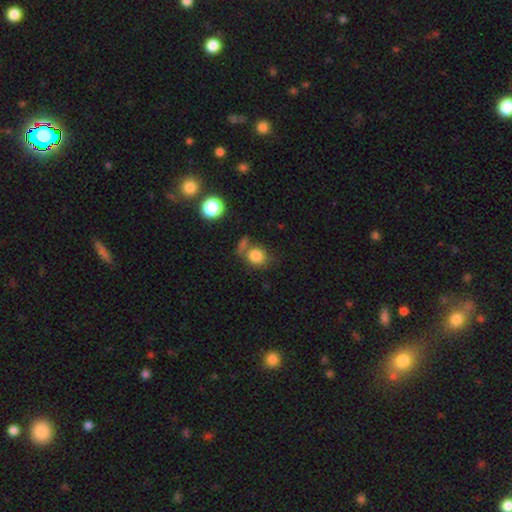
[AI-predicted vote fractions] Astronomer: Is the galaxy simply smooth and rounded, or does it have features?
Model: smooth — 83%.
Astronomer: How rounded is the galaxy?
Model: round — 74%.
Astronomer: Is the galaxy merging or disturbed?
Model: none — 59%.